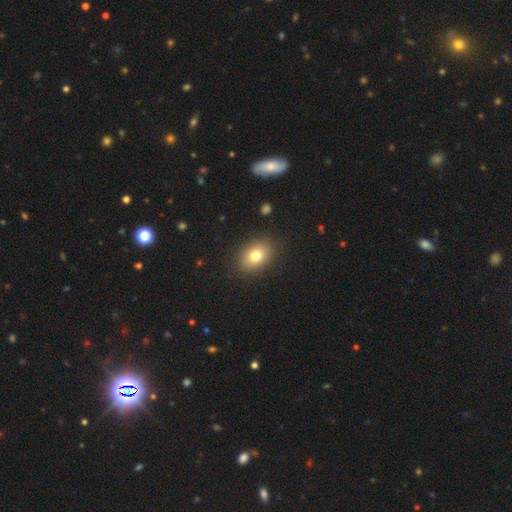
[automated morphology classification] Q: Smooth or featured?
A: smooth (78%); runner-up: featured or disk (11%)
Q: How rounded?
A: in between (69%); runner-up: round (30%)
Q: Merging?
A: none (87%); runner-up: minor disturbance (9%)